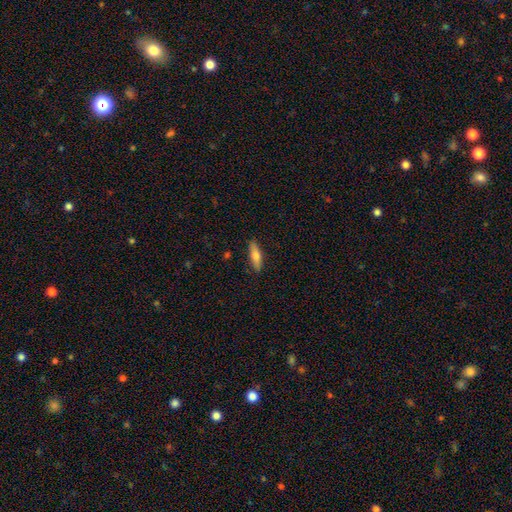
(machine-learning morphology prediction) A smooth galaxy with no disk features (72%) that is cigar-shaped (52%).

Vote fractions:
- Smooth or featured? smooth: 72% / featured or disk: 22% / star or artifact: 6%
- How rounded? cigar-shaped: 52% / in between: 46% / round: 2%
- Merging? none: 87% / minor disturbance: 10% / major disturbance: 2% / merger: 1%